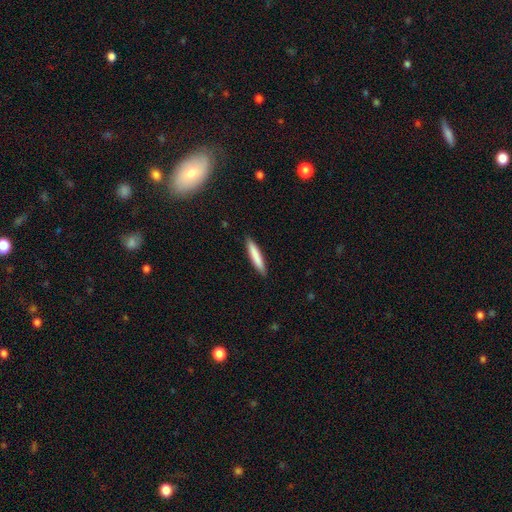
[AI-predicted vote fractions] This is clearly a smooth galaxy (81%). How rounded: clearly cigar-shaped (91%). Merging: clearly none (90%).